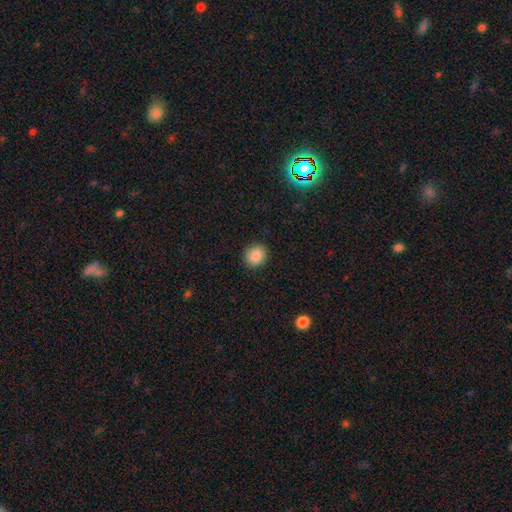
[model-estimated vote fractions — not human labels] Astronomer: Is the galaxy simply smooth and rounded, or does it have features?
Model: smooth — 87%.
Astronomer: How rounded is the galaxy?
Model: round — 81%.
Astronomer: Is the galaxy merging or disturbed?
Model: none — 89%.